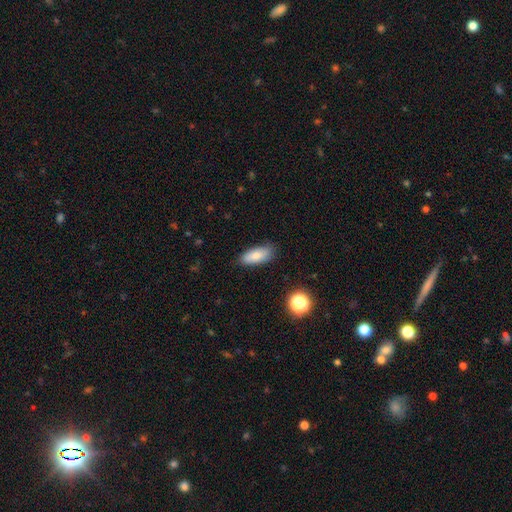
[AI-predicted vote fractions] Morphology: type=smooth (80%); roundness=in between (79%); merging=none (81%).